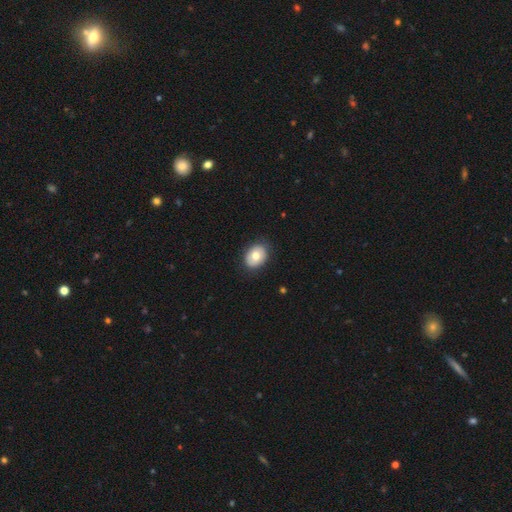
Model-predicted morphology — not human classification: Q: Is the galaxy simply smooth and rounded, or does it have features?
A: smooth — 72%.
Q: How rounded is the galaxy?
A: in between — 62%.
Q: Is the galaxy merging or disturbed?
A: none — 86%.